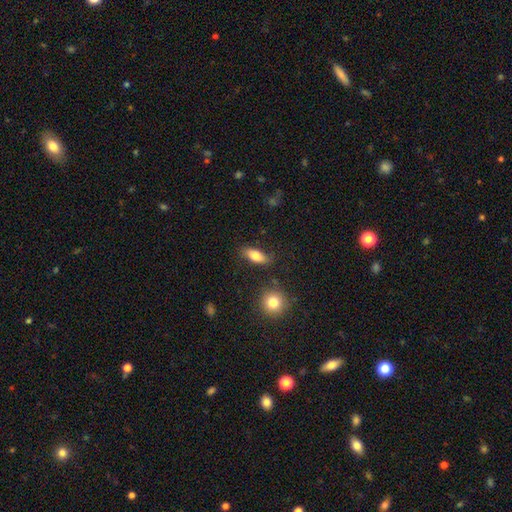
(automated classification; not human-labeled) smooth-or-featured: smooth: 76% | featured or disk: 16% | star or artifact: 8%
  how-rounded: in between: 79% | cigar-shaped: 16% | round: 5%
  merging: none: 79% | minor disturbance: 14% | major disturbance: 4% | merger: 3%